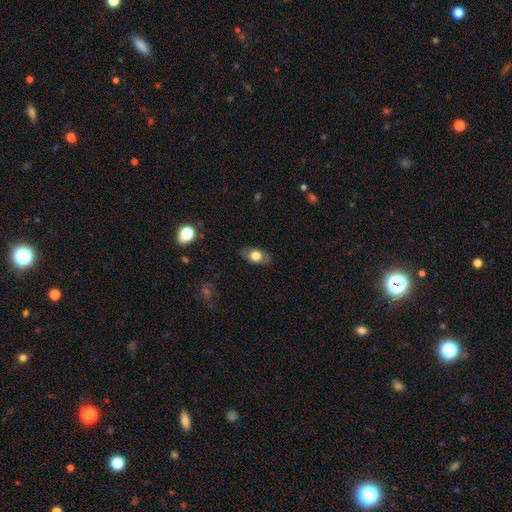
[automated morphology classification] A smooth galaxy with no disk features (70%) that is in between round and cigar-shaped (83%). Merging: none (81%).